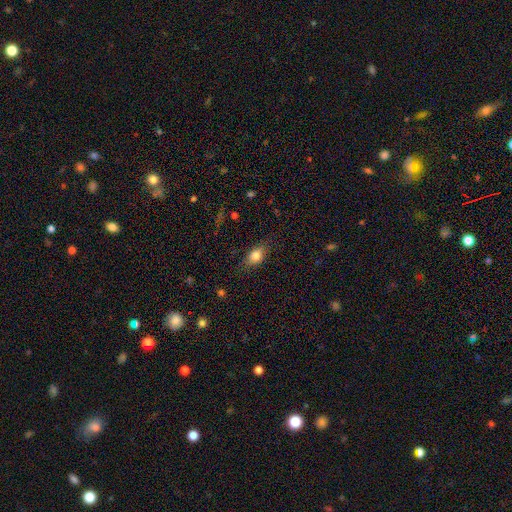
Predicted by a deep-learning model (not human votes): Smooth or featured? Predicted: smooth (p=0.78). How rounded? Predicted: in between (p=0.79). Merging? Predicted: none (p=0.79).